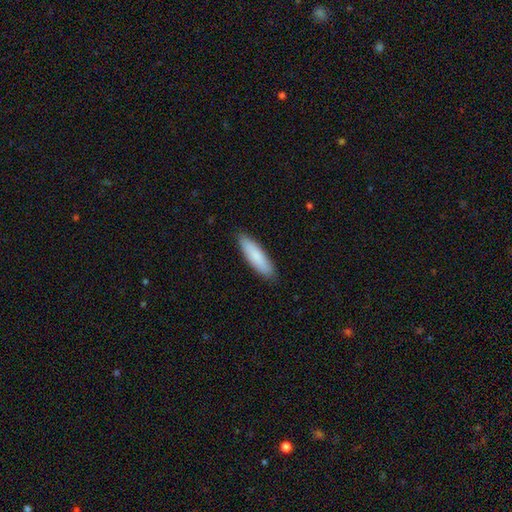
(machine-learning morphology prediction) This is clearly a smooth galaxy (85%). How rounded: likely cigar-shaped (67%). Merging: clearly none (89%).